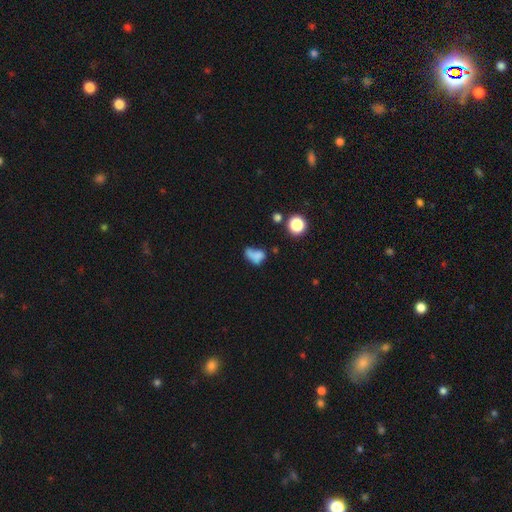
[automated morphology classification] smooth_or_featured: smooth (p=0.64) [alt: featured or disk p=0.21]
how_rounded: in between (p=0.72) [alt: round p=0.25]
merging: major disturbance (p=0.28) [alt: none p=0.26]